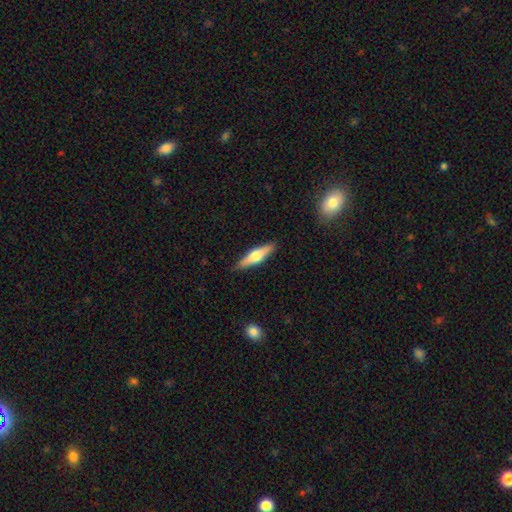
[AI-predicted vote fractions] A featured or disk galaxy (49%). Merging: none (89%).